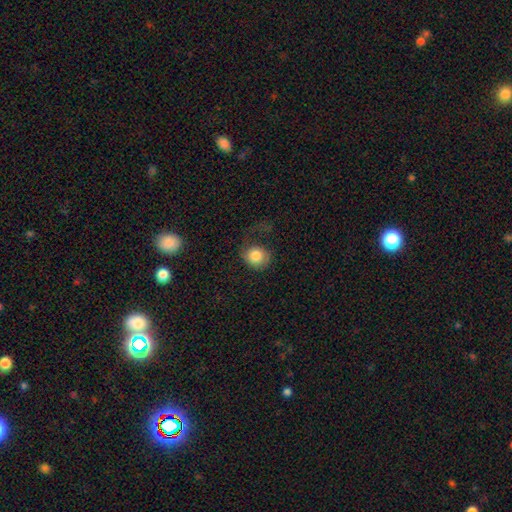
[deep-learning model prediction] A smooth galaxy with no disk features (80%) that is round (76%). Merging: none (38%).